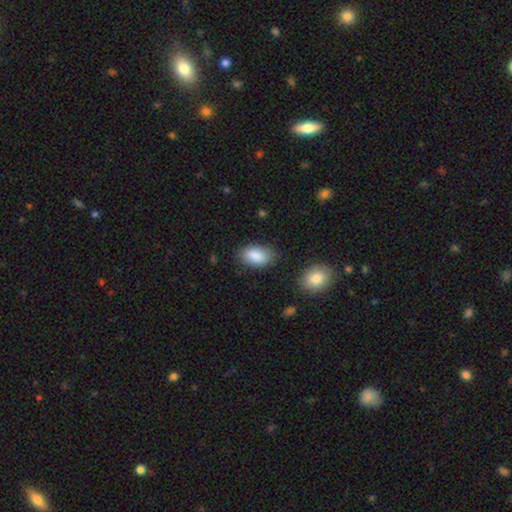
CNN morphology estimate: Smooth or featured? Predicted: smooth (p=0.88). How rounded? Predicted: in between (p=0.93). Merging? Predicted: none (p=0.78).